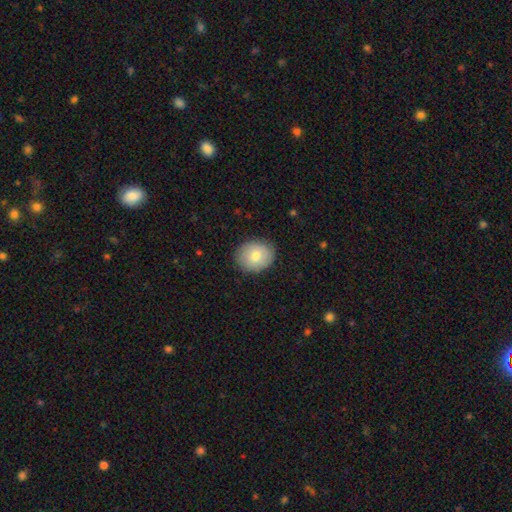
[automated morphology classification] Smooth or featured: smooth — 76% (featured or disk — 17%)
How rounded: round — 55% (in between — 44%)
Merging: none — 86% (minor disturbance — 10%)